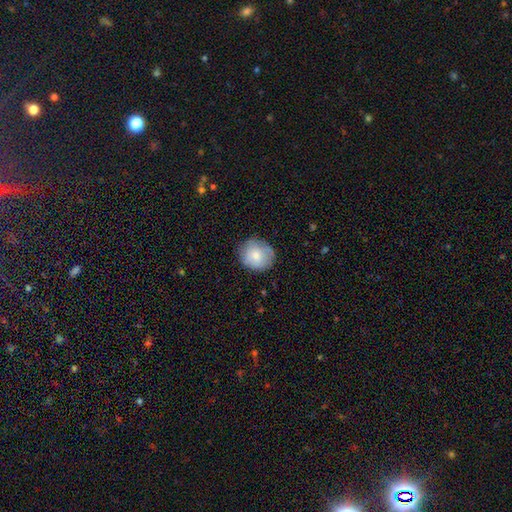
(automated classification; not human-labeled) smooth_or_featured: smooth (p=0.75) [alt: featured or disk p=0.18]
how_rounded: round (p=0.81) [alt: in between p=0.19]
merging: none (p=0.75) [alt: minor disturbance p=0.19]